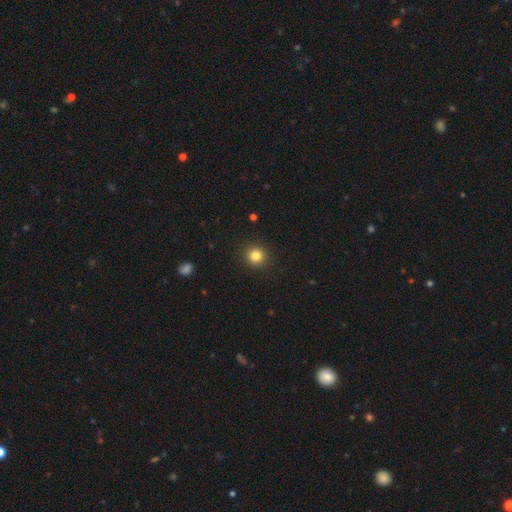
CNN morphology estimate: A smooth galaxy with no disk features (82%) that is round (92%). Merging: none (92%).